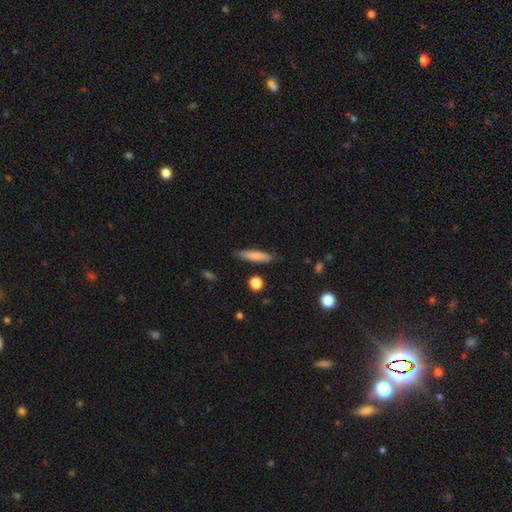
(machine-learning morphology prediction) smooth_or_featured: smooth (p=0.80) [alt: featured or disk p=0.13]
how_rounded: cigar-shaped (p=0.83) [alt: in between p=0.15]
merging: none (p=0.84) [alt: minor disturbance p=0.11]